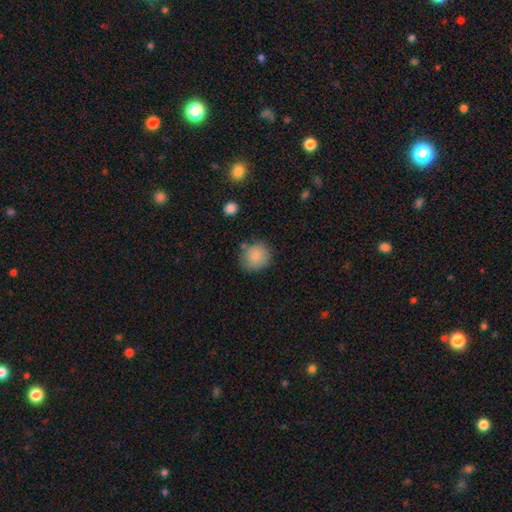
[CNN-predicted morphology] This is clearly a smooth galaxy (85%). How rounded: clearly round (86%). Merging: likely none (75%).